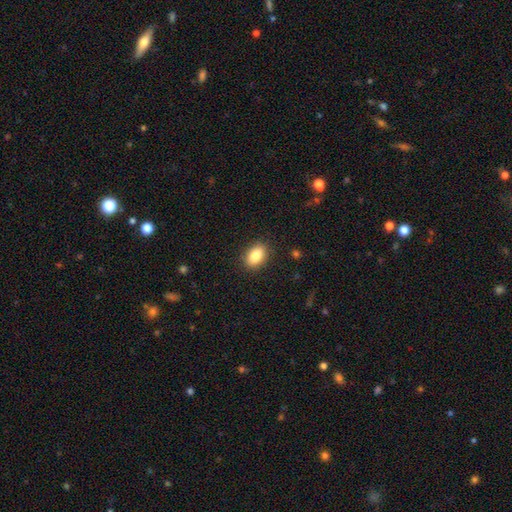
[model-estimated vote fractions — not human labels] This appears to be a smooth galaxy with no disk features (86%) that is in between round and cigar-shaped (86%). Merging: none (88%).